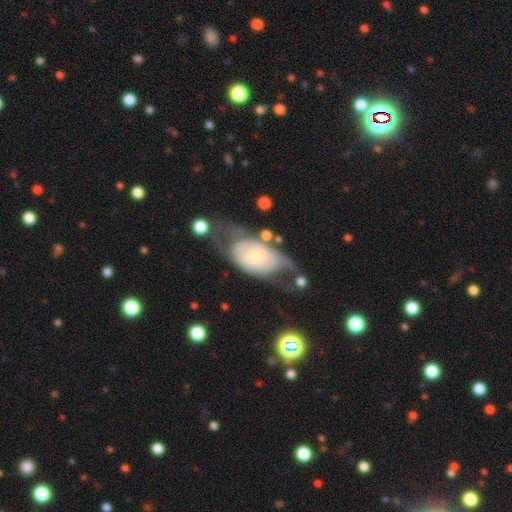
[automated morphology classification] smooth-or-featured: featured or disk: 61% | smooth: 33% | star or artifact: 7%
  disk-edge-on: no: 90% | yes: 10%
    bar: no: 72% | weak: 22% | strong: 6%
    has-spiral-arms: yes: 59% | no: 41%
    bulge-size: small: 55% | moderate: 34% | large: 6% | none: 3% | dominant: 2%
  merging: none: 34% | major disturbance: 33% | minor disturbance: 26% | merger: 8%